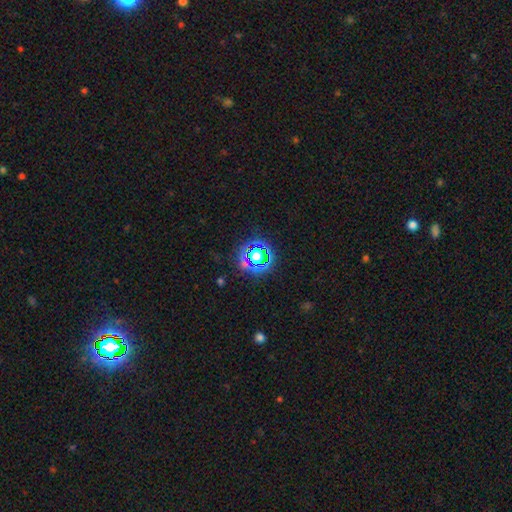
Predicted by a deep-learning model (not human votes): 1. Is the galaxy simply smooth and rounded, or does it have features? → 56% star or artifact, 32% smooth, 12% featured or disk.